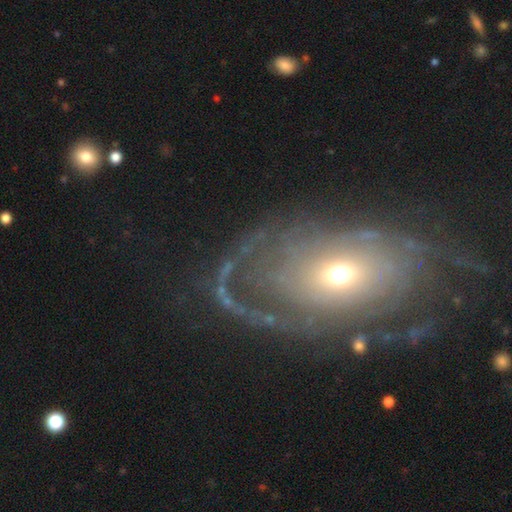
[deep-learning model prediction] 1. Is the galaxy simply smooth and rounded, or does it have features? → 71% featured or disk, 18% smooth, 11% star or artifact.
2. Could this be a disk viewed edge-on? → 94% no, 6% yes.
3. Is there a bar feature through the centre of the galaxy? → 80% no, 14% weak, 6% strong.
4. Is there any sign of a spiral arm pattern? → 69% yes, 31% no.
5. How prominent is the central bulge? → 51% moderate, 41% small, 5% large, 2% dominant, 1% none.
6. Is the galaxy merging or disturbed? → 58% none, 22% major disturbance, 16% minor disturbance, 4% merger.